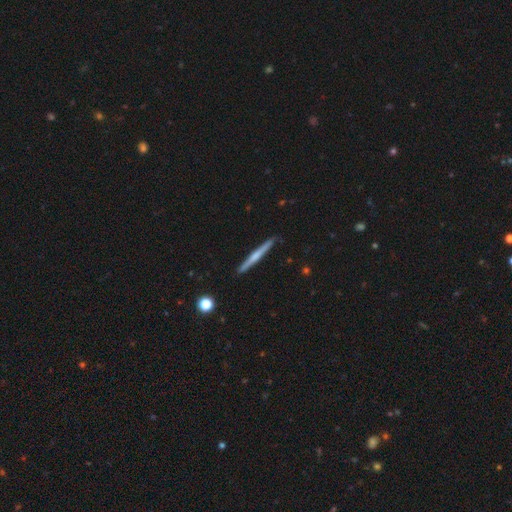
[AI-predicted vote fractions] Smooth or featured: featured or disk — 57% (smooth — 37%)
Edge-on disk: yes — 98% (no — 2%)
Edge-on bulge: rounded — 51% (none — 40%)
Merging: none — 90% (minor disturbance — 7%)